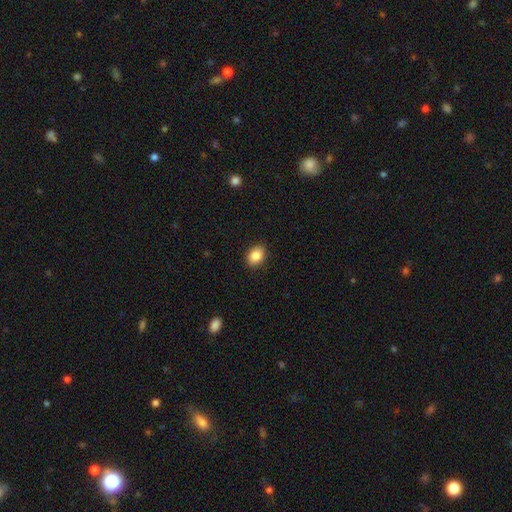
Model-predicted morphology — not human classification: A smooth galaxy with no disk features (86%) that is in between round and cigar-shaped (71%). Merging: none (89%).